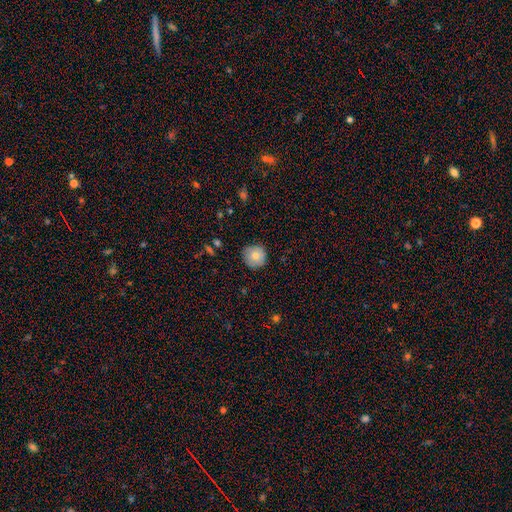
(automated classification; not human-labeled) smooth-or-featured: smooth: 76% | featured or disk: 15% | star or artifact: 9%
  how-rounded: round: 94% | in between: 5% | cigar-shaped: 1%
  merging: none: 83% | minor disturbance: 13% | major disturbance: 2% | merger: 1%